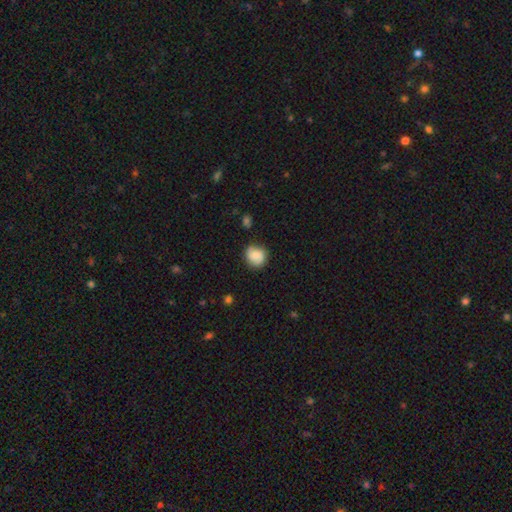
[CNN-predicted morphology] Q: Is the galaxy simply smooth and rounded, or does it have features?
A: smooth — 72%.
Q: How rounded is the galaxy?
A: round — 83%.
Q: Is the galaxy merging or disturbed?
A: none — 76%.